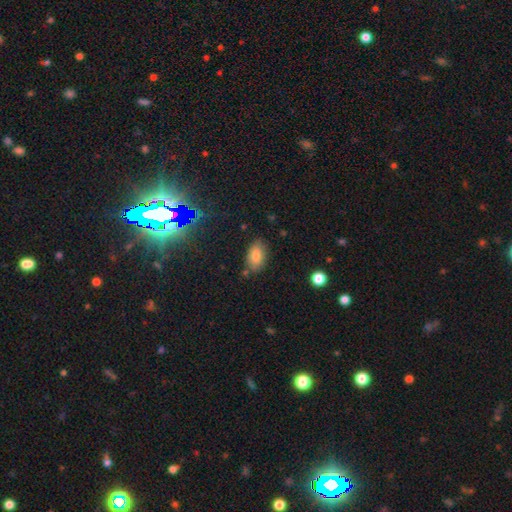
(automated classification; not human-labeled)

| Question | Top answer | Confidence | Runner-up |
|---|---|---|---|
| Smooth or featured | smooth | 80% | star or artifact (10%) |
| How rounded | in between | 91% | round (7%) |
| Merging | none | 77% | minor disturbance (15%) |